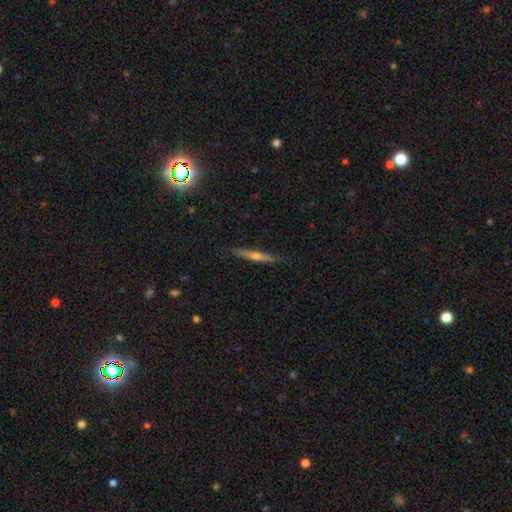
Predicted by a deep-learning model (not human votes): A featured or disk galaxy (62%) viewed edge-on (96%) with a rounded central bulge (75%).

Vote fractions:
- Smooth or featured? featured or disk: 62% / smooth: 28% / star or artifact: 11%
- Edge-on disk? yes: 96% / no: 4%
- Edge-on bulge? rounded: 75% / none: 20% / boxy: 6%
- Merging? none: 88% / minor disturbance: 9% / major disturbance: 2% / merger: 1%